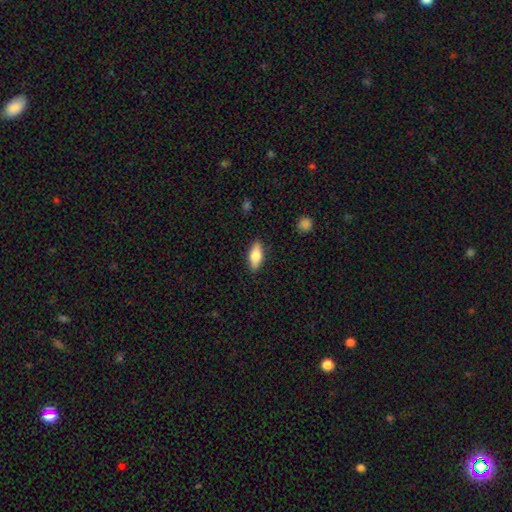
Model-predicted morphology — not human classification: This is likely a smooth galaxy (71%). How rounded: likely in between (76%). Merging: clearly none (87%).